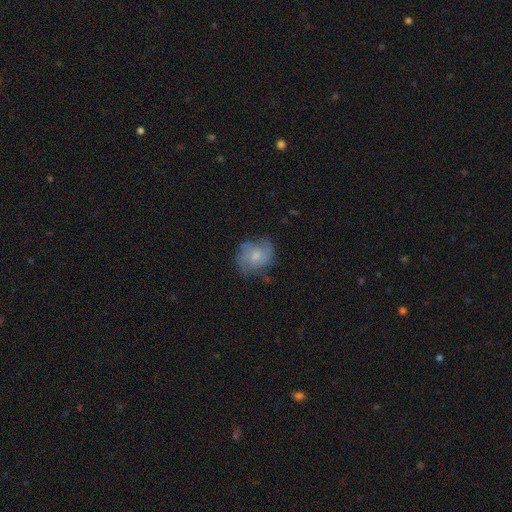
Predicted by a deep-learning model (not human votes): featured or disk 49%, smooth 43%, star or artifact 8%. Down the decision tree: merging — none (65%).